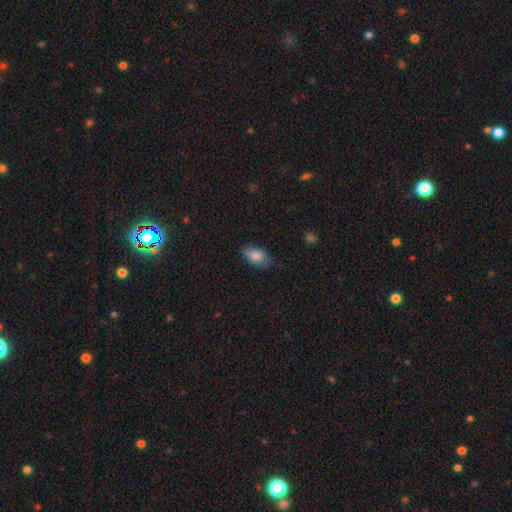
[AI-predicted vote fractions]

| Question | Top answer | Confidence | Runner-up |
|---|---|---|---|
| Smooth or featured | smooth | 83% | featured or disk (10%) |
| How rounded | in between | 91% | round (6%) |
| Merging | none | 70% | minor disturbance (24%) |